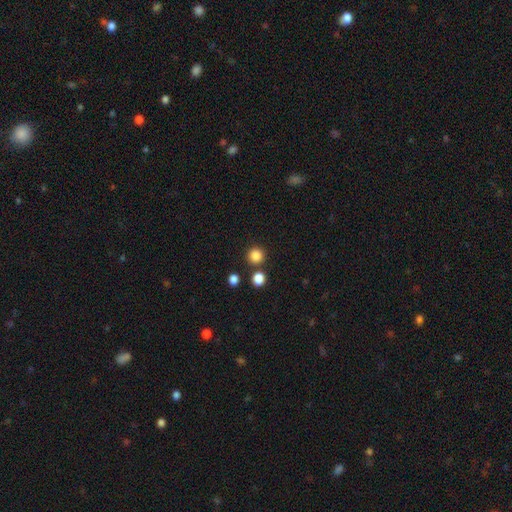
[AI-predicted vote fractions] A smooth galaxy with no disk features (84%) that is round (93%).

Vote fractions:
- Smooth or featured? smooth: 84% / star or artifact: 12% / featured or disk: 3%
- How rounded? round: 93% / in between: 6% / cigar-shaped: 1%
- Merging? none: 84% / merger: 8% / minor disturbance: 6% / major disturbance: 2%